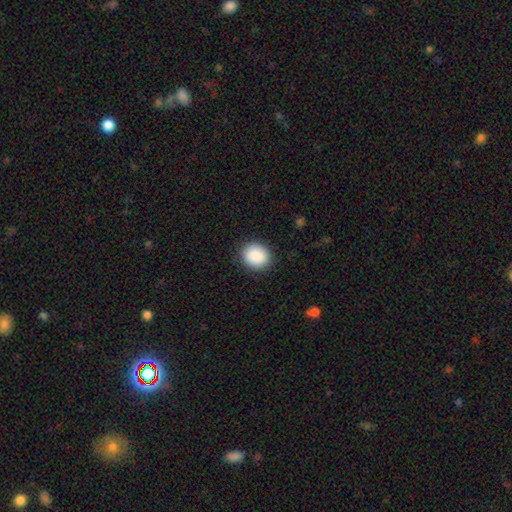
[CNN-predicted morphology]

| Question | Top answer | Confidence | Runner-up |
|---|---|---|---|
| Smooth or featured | smooth | 90% | star or artifact (7%) |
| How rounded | round | 68% | in between (32%) |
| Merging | none | 89% | minor disturbance (7%) |